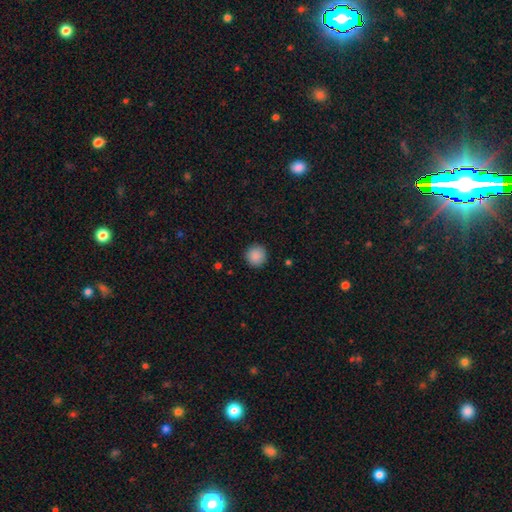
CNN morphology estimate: type=smooth (89%); roundness=round (95%); merging=none (92%).